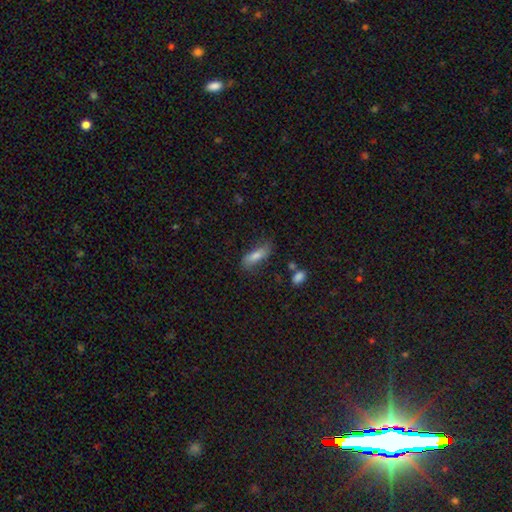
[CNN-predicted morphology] Smooth or featured: smooth — 73% (featured or disk — 20%)
How rounded: in between — 60% (cigar-shaped — 37%)
Merging: none — 66% (minor disturbance — 23%)